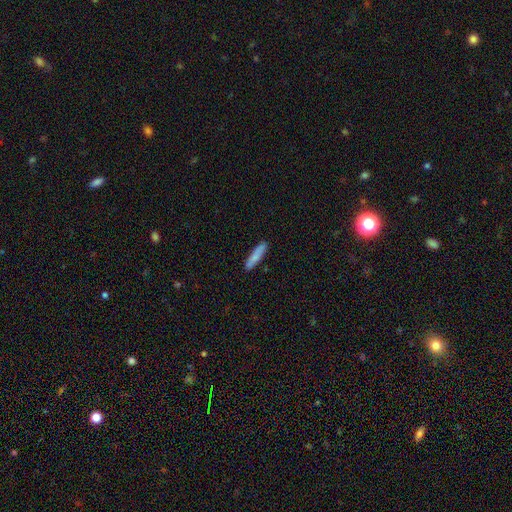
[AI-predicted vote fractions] This is clearly a smooth galaxy (80%). How rounded: clearly cigar-shaped (85%). Merging: clearly none (88%).